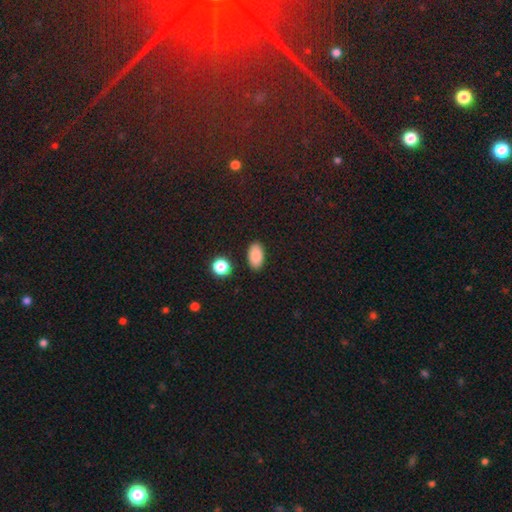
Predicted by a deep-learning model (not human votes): This is clearly a smooth galaxy (87%). How rounded: clearly in between (92%). Merging: clearly none (87%).